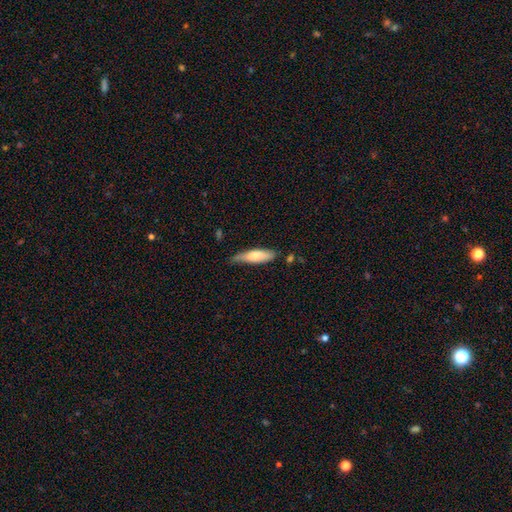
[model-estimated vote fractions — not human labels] A smooth galaxy with no disk features (73%) that is cigar-shaped (62%).

Vote fractions:
- Smooth or featured? smooth: 73% / featured or disk: 22% / star or artifact: 6%
- How rounded? cigar-shaped: 62% / in between: 36% / round: 2%
- Merging? none: 59% / minor disturbance: 31% / major disturbance: 6% / merger: 4%